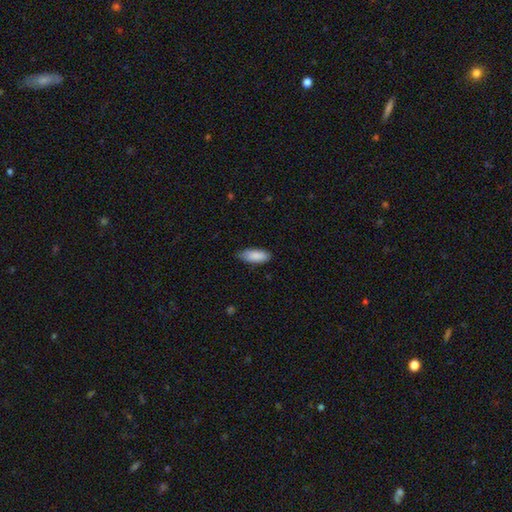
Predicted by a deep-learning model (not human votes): smooth-or-featured: smooth: 89% | star or artifact: 6% | featured or disk: 5%
  how-rounded: in between: 83% | cigar-shaped: 15% | round: 2%
  merging: none: 75% | minor disturbance: 21% | major disturbance: 3% | merger: 1%